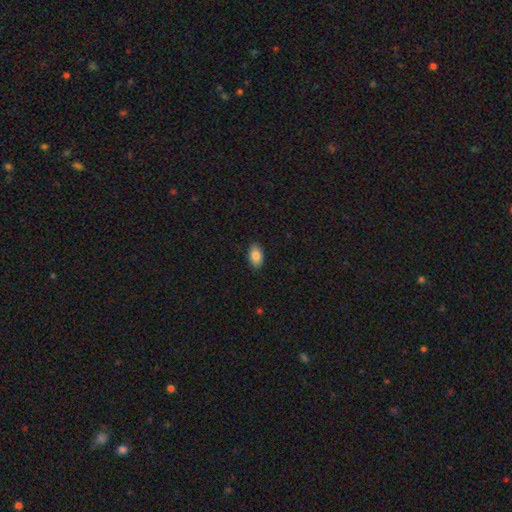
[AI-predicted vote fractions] smooth 86%, star or artifact 7%, featured or disk 7%. Down the decision tree: how rounded — in between (93%); merging — none (90%).